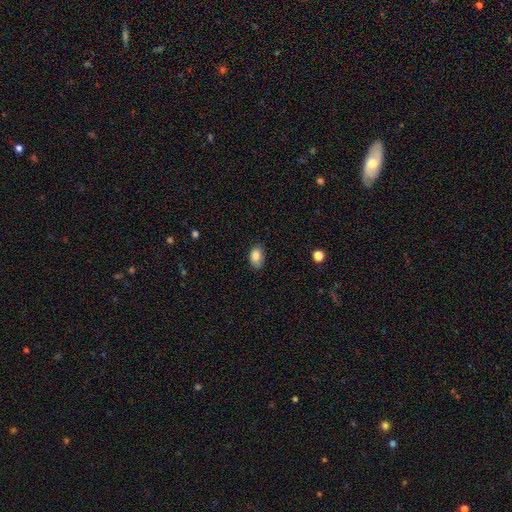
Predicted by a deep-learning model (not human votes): The model was most divided on "merging": none: 75%, minor disturbance: 20%, major disturbance: 3%, merger: 1%. More confident: how rounded — in between (89%); smooth or featured — smooth (84%).